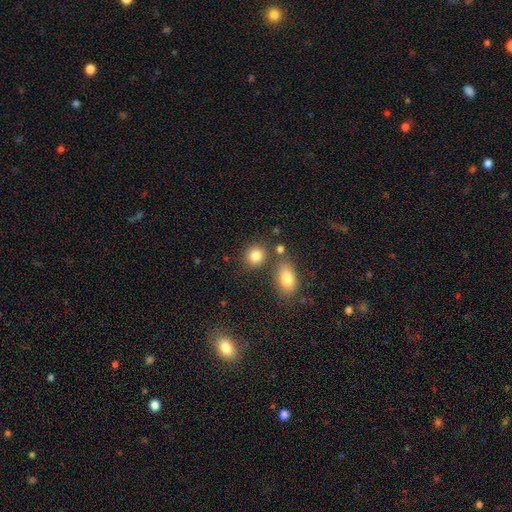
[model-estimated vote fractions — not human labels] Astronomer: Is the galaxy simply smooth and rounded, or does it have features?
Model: smooth — 84%.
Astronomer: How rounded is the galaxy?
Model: round — 77%.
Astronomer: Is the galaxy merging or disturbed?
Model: none — 74%.